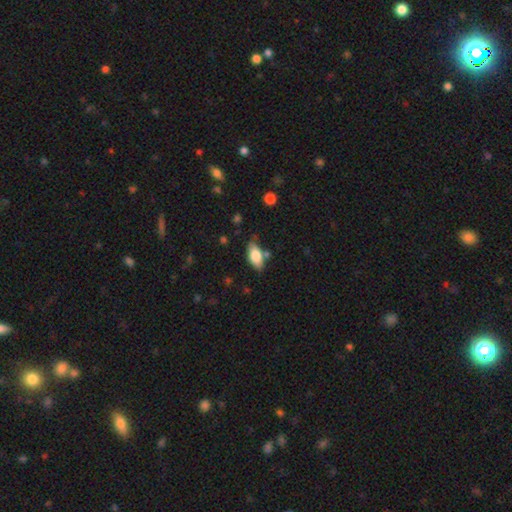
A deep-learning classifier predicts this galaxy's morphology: A smooth galaxy with no disk features (78%) that is in between round and cigar-shaped (87%).

Vote fractions:
- Smooth or featured? smooth: 78% / featured or disk: 16% / star or artifact: 7%
- How rounded? in between: 87% / cigar-shaped: 9% / round: 3%
- Merging? none: 71% / minor disturbance: 19% / merger: 6% / major disturbance: 4%